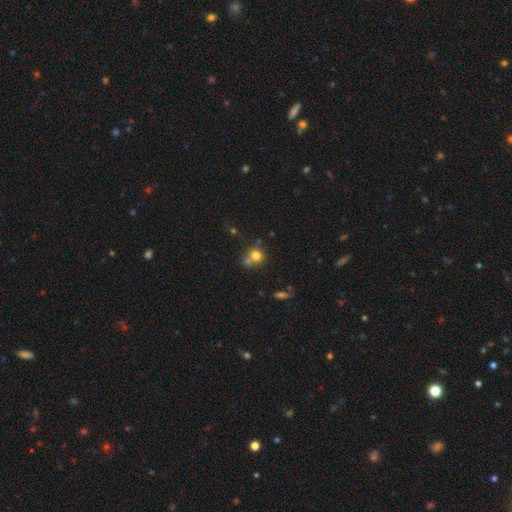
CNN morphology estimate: Smooth or featured? Predicted: smooth (p=0.74). How rounded? Predicted: round (p=0.81). Merging? Predicted: none (p=0.47).